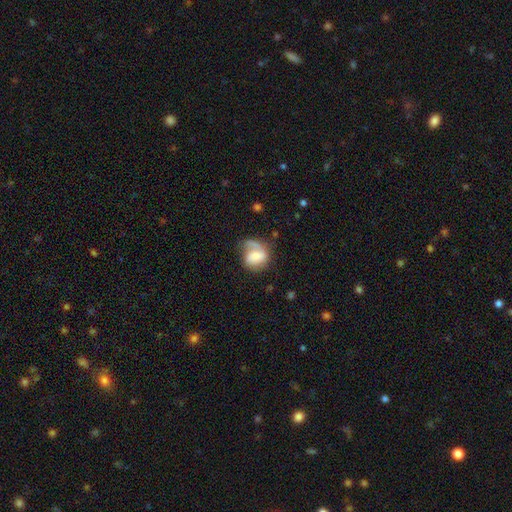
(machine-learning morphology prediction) Smooth or featured: featured or disk — 48% (smooth — 44%)
Merging: none — 42% (major disturbance — 28%)